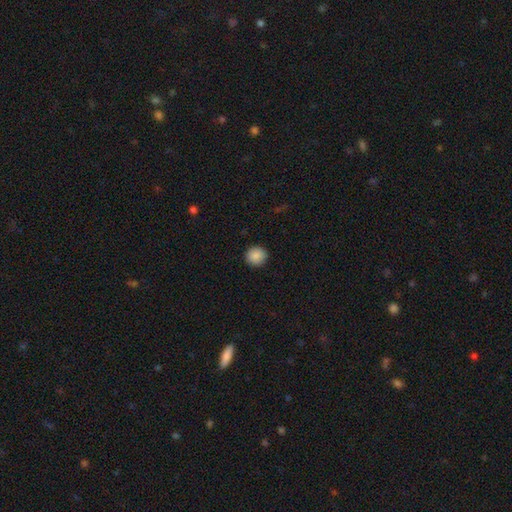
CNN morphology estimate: The model was most divided on "smooth or featured": smooth: 88%, star or artifact: 8%, featured or disk: 3%. More confident: how rounded — round (92%); merging — none (92%).